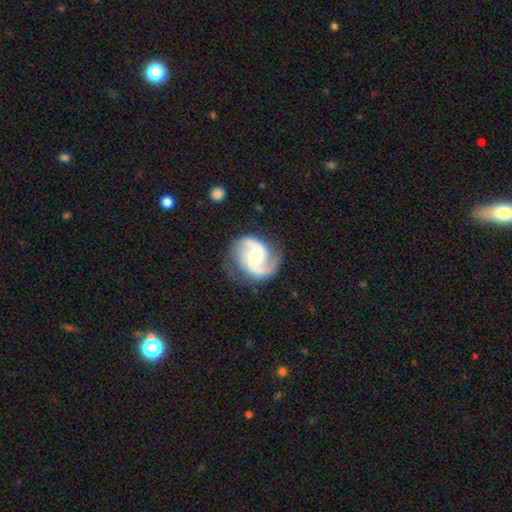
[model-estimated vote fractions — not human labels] Smooth or featured?
  - featured or disk: 88% *
  - smooth: 7%
  - star or artifact: 5%
Edge-on disk?
  - no: 98% *
  - yes: 2%
Bar?
  - no: 47% *
  - weak: 40%
  - strong: 13%
Spiral arms?
  - yes: 98% *
  - no: 2%
Spiral winding?
  - medium: 55% *
  - loose: 28%
  - tight: 17%
Spiral arm count?
  - 2: 90% *
  - 3: 3%
  - can't tell: 2%
  - 1: 2%
  - 4: 1%
  - more than 4: 1%
Bulge size?
  - moderate: 38% *
  - small: 30%
  - large: 15%
  - none: 15%
  - dominant: 3%
Merging?
  - none: 76% *
  - minor disturbance: 15%
  - major disturbance: 7%
  - merger: 2%